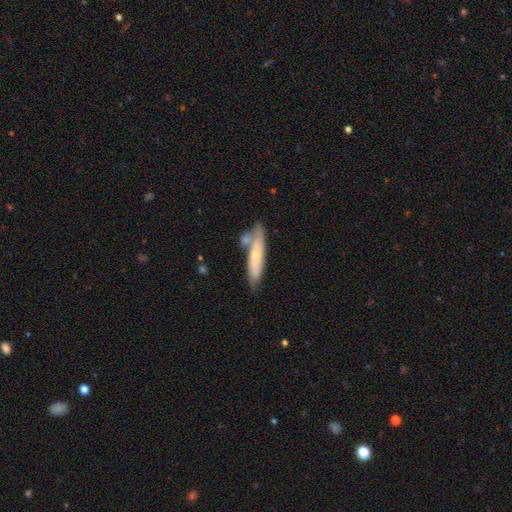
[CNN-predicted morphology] Smooth or featured?
  - smooth: 56% *
  - featured or disk: 38%
  - star or artifact: 6%
How rounded?
  - cigar-shaped: 73% *
  - in between: 26%
  - round: 2%
Merging?
  - none: 54% *
  - merger: 21%
  - minor disturbance: 19%
  - major disturbance: 5%